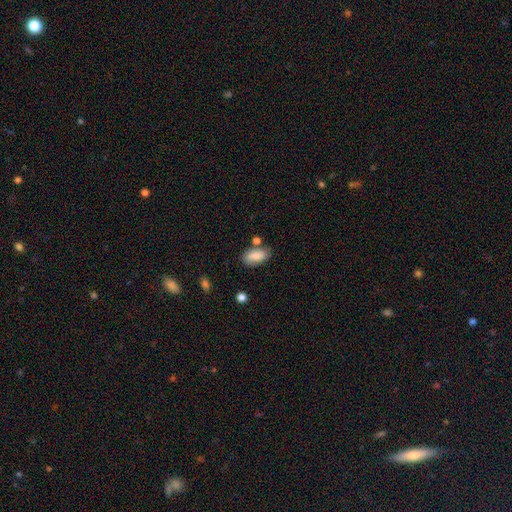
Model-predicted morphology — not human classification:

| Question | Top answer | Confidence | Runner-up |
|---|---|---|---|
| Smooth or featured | smooth | 83% | featured or disk (10%) |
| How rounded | in between | 91% | cigar-shaped (5%) |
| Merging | none | 70% | minor disturbance (17%) |